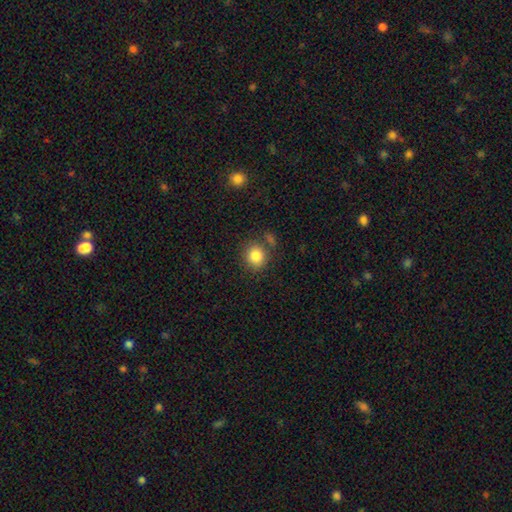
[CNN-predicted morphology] Overall: smooth (85%). How rounded: round (85%). Merging: none (75%).